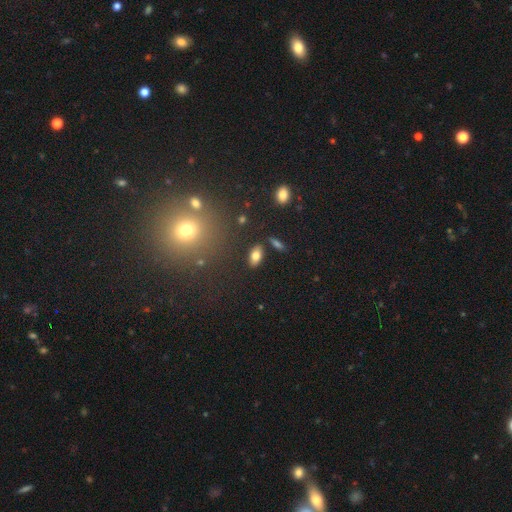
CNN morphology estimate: smooth-or-featured: smooth: 78% | featured or disk: 13% | star or artifact: 9%
  how-rounded: in between: 89% | cigar-shaped: 7% | round: 5%
  merging: none: 83% | minor disturbance: 10% | merger: 5% | major disturbance: 3%